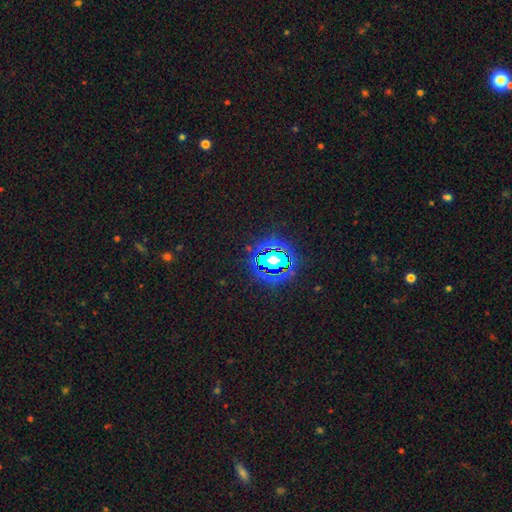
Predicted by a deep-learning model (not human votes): Q: Smooth or featured?
A: star or artifact (82%); runner-up: smooth (11%)